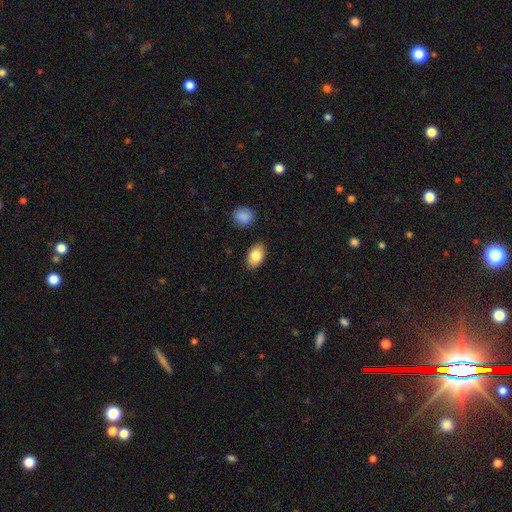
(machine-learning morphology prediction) The model was most divided on "smooth or featured": smooth: 84%, featured or disk: 9%, star or artifact: 7%. More confident: how rounded — in between (91%); merging — none (86%).